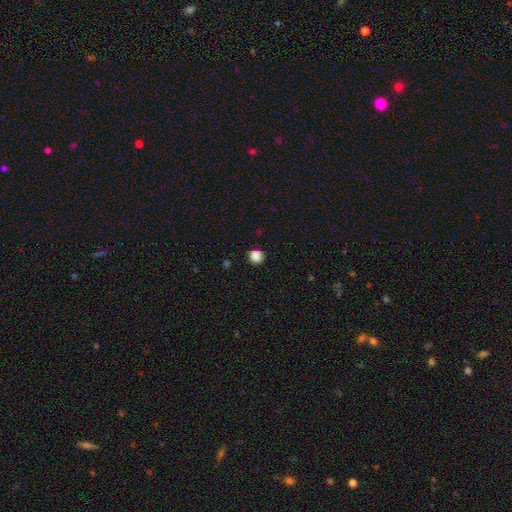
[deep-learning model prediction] Overall: smooth (87%). How rounded: round (93%). Merging: none (90%).